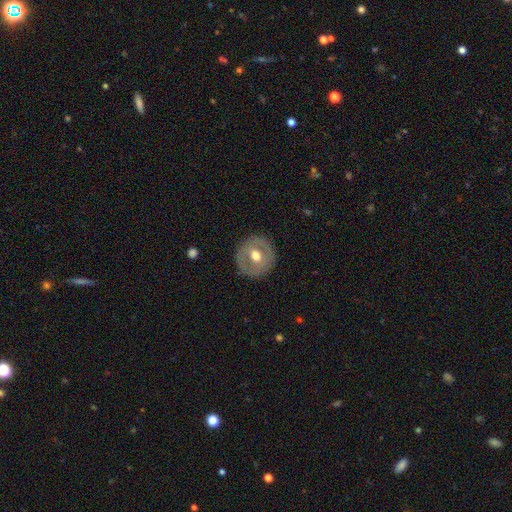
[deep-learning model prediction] Smooth or featured? Predicted: featured or disk (p=0.48). Merging? Predicted: none (p=0.87).